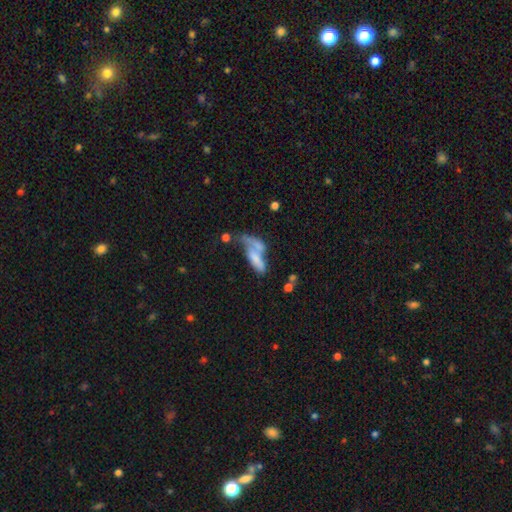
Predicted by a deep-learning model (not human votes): This is possibly a smooth galaxy (56%). How rounded: possibly in between (59%). Merging: possibly merger (46%).